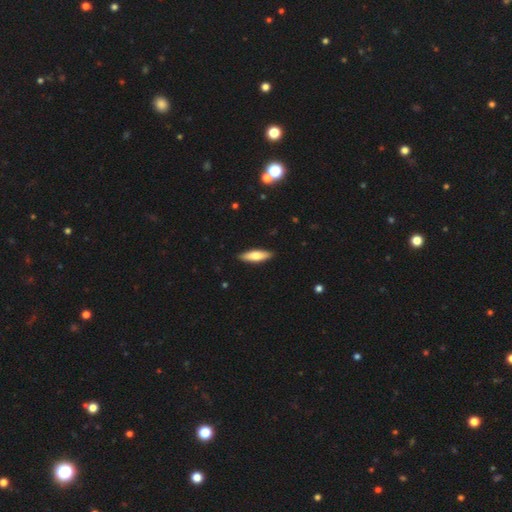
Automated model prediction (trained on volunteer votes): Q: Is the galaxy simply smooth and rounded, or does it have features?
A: smooth — 70%.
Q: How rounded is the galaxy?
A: cigar-shaped — 57%.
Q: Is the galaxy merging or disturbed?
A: none — 90%.